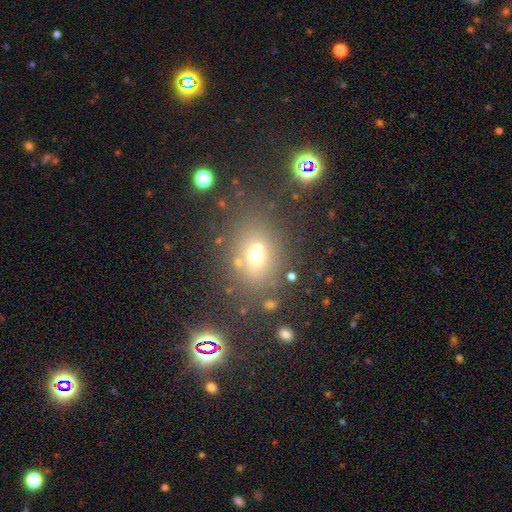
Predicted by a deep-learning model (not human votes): smooth_or_featured: smooth (p=0.60) [alt: star or artifact p=0.23]
how_rounded: round (p=0.58) [alt: in between p=0.41]
merging: none (p=0.62) [alt: merger p=0.20]